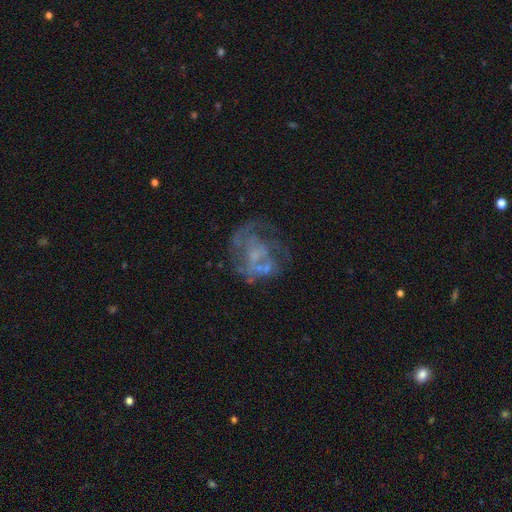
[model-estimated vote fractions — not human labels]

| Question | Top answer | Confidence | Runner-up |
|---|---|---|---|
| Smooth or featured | featured or disk | 66% | smooth (17%) |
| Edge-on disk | no | 98% | yes (2%) |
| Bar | no | 78% | weak (18%) |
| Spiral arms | no | 53% | yes (47%) |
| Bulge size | none | 47% | small (36%) |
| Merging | none | 46% | major disturbance (30%) |